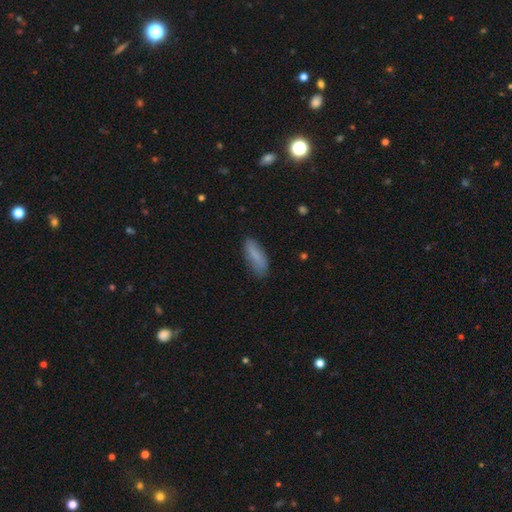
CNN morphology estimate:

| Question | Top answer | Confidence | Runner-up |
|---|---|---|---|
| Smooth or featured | smooth | 82% | featured or disk (11%) |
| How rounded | in between | 57% | cigar-shaped (41%) |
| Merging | none | 77% | minor disturbance (17%) |